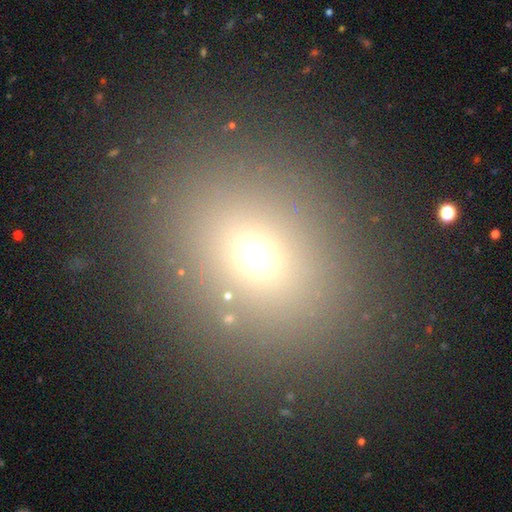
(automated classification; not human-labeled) A smooth galaxy with no disk features (64%) that is round (57%).

Vote fractions:
- Smooth or featured? smooth: 64% / star or artifact: 25% / featured or disk: 11%
- How rounded? round: 57% / in between: 41% / cigar-shaped: 1%
- Merging? none: 87% / minor disturbance: 7% / major disturbance: 3% / merger: 3%